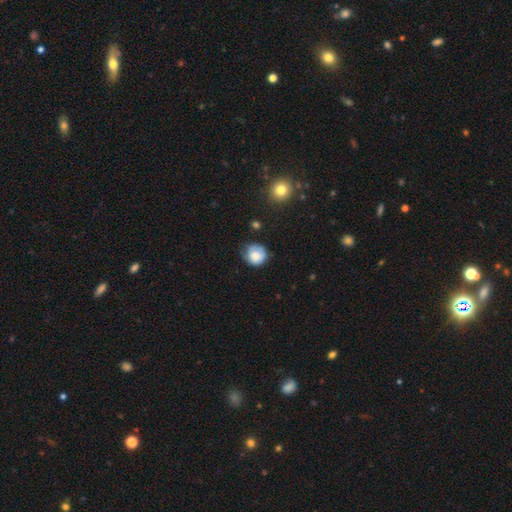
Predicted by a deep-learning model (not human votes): A smooth galaxy with no disk features (77%) that is round (88%). Merging: none (63%).